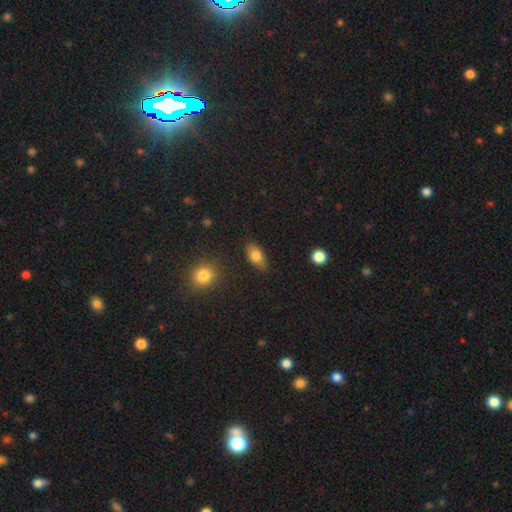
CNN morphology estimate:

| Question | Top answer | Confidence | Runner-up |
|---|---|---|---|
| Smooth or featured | smooth | 76% | featured or disk (15%) |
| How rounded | in between | 85% | round (8%) |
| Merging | none | 78% | minor disturbance (16%) |